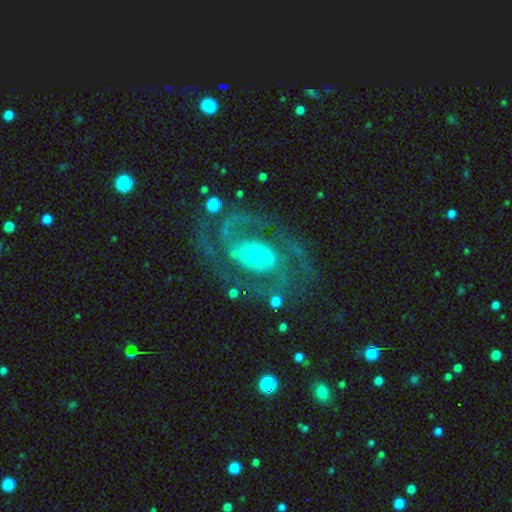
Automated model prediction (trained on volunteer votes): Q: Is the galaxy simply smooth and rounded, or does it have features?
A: featured or disk — 92%.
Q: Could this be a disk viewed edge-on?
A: no — 98%.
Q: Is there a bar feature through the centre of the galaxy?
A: no — 61%.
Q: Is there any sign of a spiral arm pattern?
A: yes — 97%.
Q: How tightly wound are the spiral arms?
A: medium — 46%.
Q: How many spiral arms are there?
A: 2 — 67%.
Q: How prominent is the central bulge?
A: moderate — 61%.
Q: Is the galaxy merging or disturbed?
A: none — 73%.